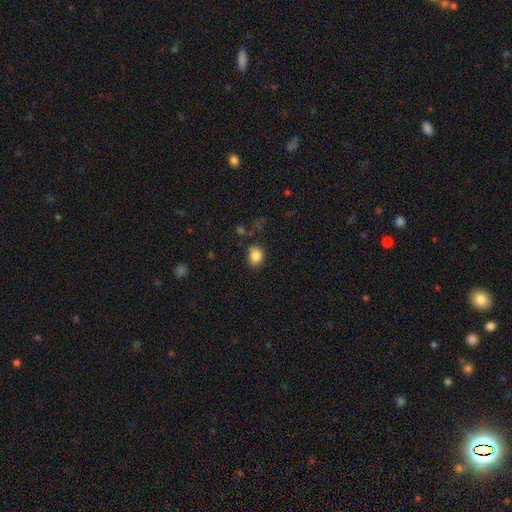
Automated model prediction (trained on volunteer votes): This is clearly a smooth galaxy (84%). How rounded: possibly round (52%). Merging: likely none (77%).